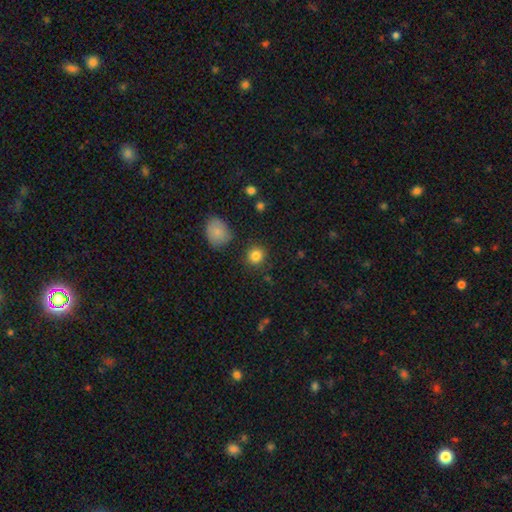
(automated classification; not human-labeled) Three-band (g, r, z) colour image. It shows a smooth galaxy with no disk features (85%) that is round (90%). Merging: none (87%).